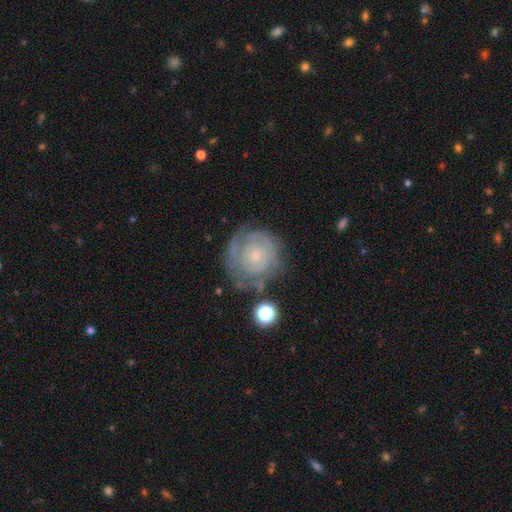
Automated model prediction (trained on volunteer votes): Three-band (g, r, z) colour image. It shows a featured or disk galaxy (77%) with no bar (83%), tight (81%) spiral arms (86%) and a small central bulge (81%). Merging: none (68%).